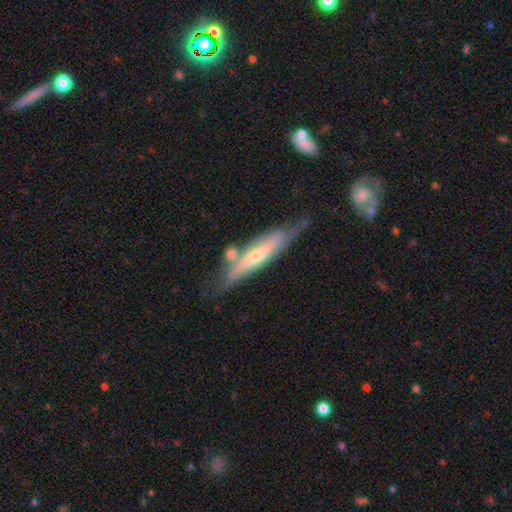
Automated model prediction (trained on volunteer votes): smooth_or_featured: featured or disk (p=0.65) [alt: smooth p=0.29]
disk_edge_on: yes (p=0.76) [alt: no p=0.24]
merging: none (p=0.55) [alt: minor disturbance p=0.24]